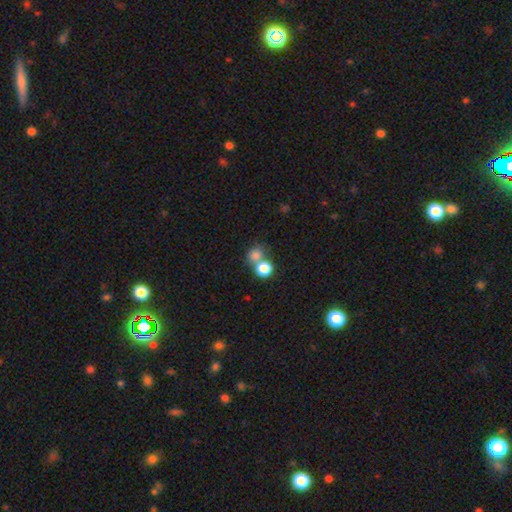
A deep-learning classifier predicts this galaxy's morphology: smooth_or_featured: smooth (p=0.80) [alt: star or artifact p=0.11]
how_rounded: round (p=0.79) [alt: in between p=0.20]
merging: merger (p=0.49) [alt: none p=0.40]